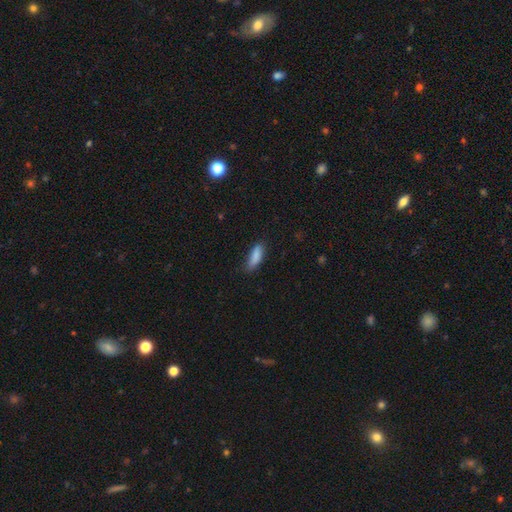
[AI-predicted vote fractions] This is clearly a smooth galaxy (86%). How rounded: possibly in between (59%). Merging: likely none (66%).